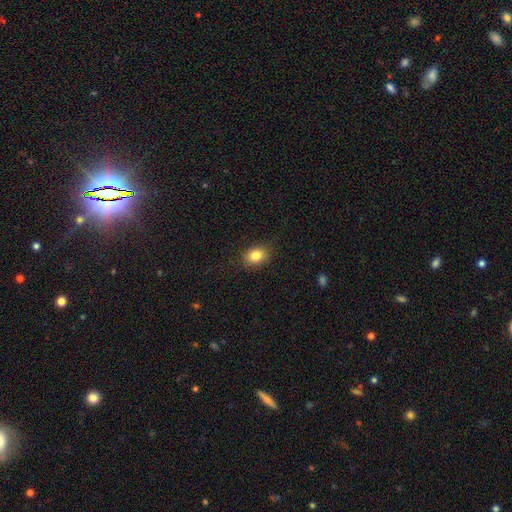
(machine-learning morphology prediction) The model was most divided on "how rounded": in between: 59%, round: 40%, cigar-shaped: 1%. More confident: merging — none (87%); smooth or featured — smooth (84%).